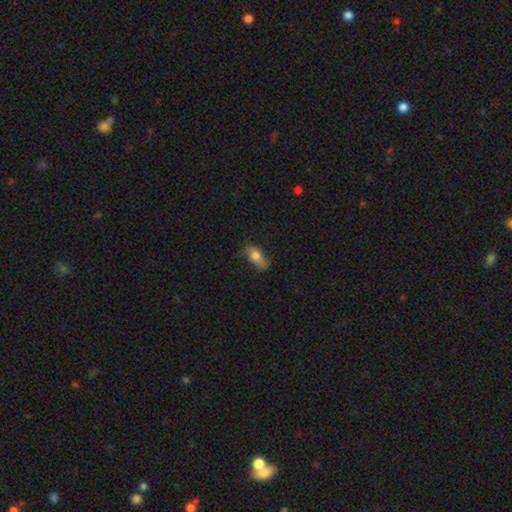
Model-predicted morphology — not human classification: The model was most divided on "merging": none: 61%, minor disturbance: 27%, major disturbance: 9%, merger: 3%. More confident: how rounded — in between (78%); smooth or featured — smooth (65%).